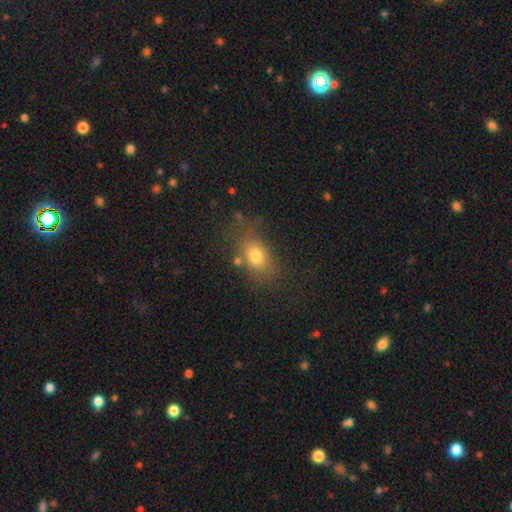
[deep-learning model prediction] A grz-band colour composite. It shows a smooth galaxy with no disk features (75%) that is in between round and cigar-shaped (72%). Merging: none (69%).